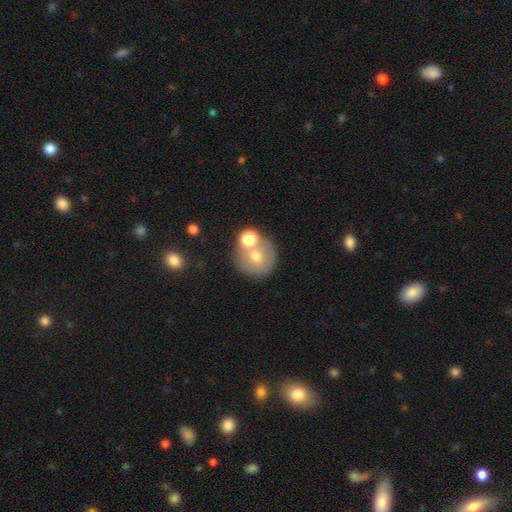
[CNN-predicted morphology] A smooth galaxy with no disk features (65%) that is round (89%).

Vote fractions:
- Smooth or featured? smooth: 65% / featured or disk: 24% / star or artifact: 11%
- How rounded? round: 89% / in between: 10% / cigar-shaped: 1%
- Merging? none: 53% / merger: 33% / minor disturbance: 10% / major disturbance: 4%